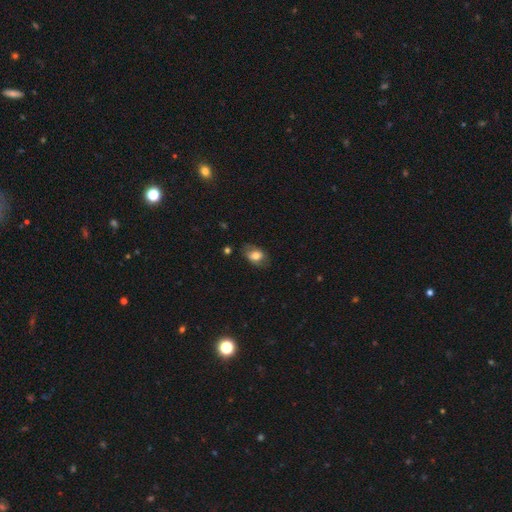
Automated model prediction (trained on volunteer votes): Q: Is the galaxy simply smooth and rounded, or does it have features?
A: smooth — 66%.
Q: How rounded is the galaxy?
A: in between — 82%.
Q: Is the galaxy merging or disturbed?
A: none — 71%.